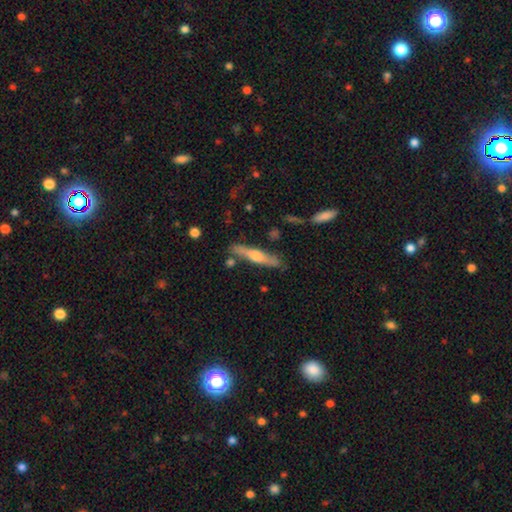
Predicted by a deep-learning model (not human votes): Morphology: type=featured or disk (56%); edge-on=yes (93%); edge-on bulge=rounded (81%); merging=none (80%).